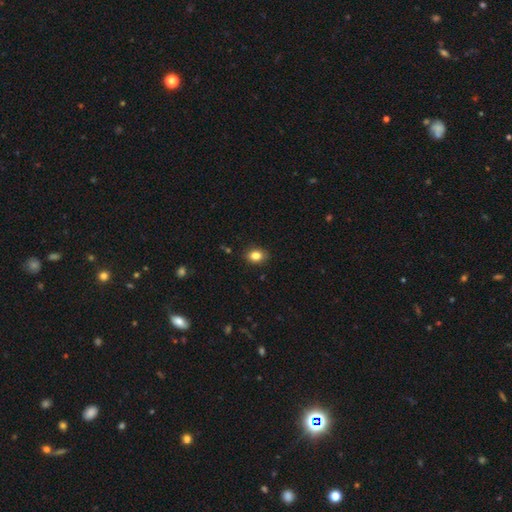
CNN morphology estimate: Smooth or featured? Predicted: smooth (p=0.84). How rounded? Predicted: in between (p=0.62). Merging? Predicted: none (p=0.87).